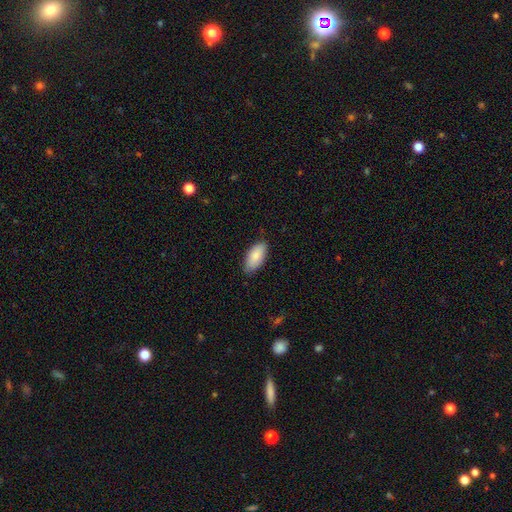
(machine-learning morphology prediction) Q: Smooth or featured?
A: smooth (86%); runner-up: featured or disk (8%)
Q: How rounded?
A: in between (93%); runner-up: cigar-shaped (6%)
Q: Merging?
A: none (80%); runner-up: minor disturbance (16%)